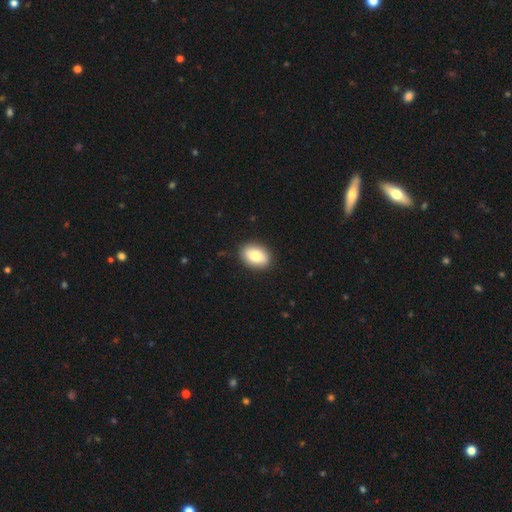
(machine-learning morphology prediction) A smooth galaxy with no disk features (80%) that is in between round and cigar-shaped (86%). Merging: none (89%).